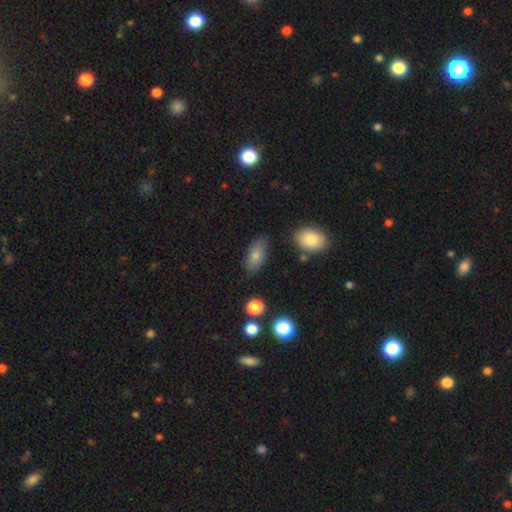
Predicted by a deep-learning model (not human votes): This is likely a smooth galaxy (80%). How rounded: clearly in between (86%). Merging: likely none (78%).